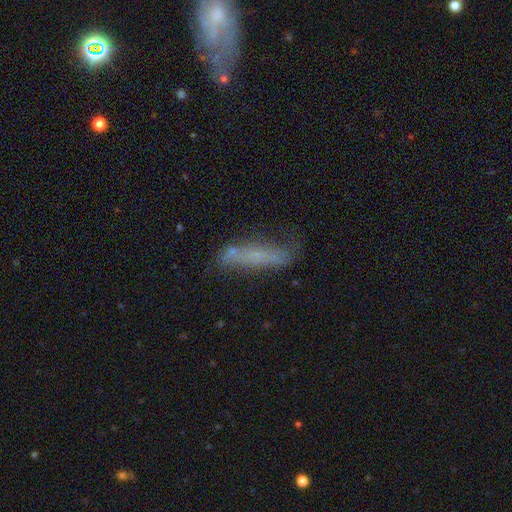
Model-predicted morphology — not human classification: smooth_or_featured: smooth (p=0.53) [alt: featured or disk p=0.35]
how_rounded: cigar-shaped (p=0.81) [alt: in between p=0.17]
merging: none (p=0.55) [alt: minor disturbance p=0.24]